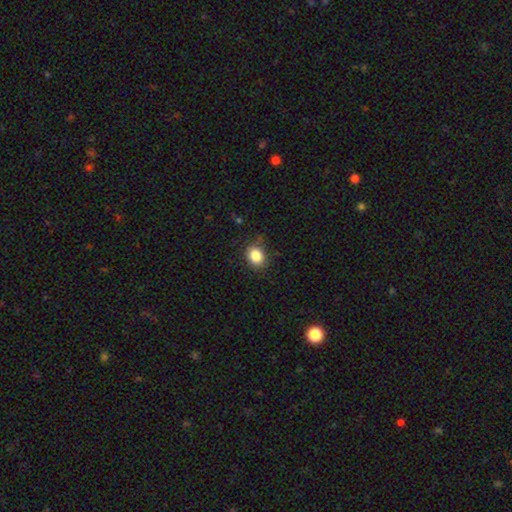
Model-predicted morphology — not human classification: A smooth galaxy with no disk features (85%) that is in between round and cigar-shaped (50%).

Vote fractions:
- Smooth or featured? smooth: 85% / star or artifact: 10% / featured or disk: 5%
- How rounded? in between: 50% / round: 49% / cigar-shaped: 1%
- Merging? none: 83% / minor disturbance: 13% / major disturbance: 3% / merger: 1%